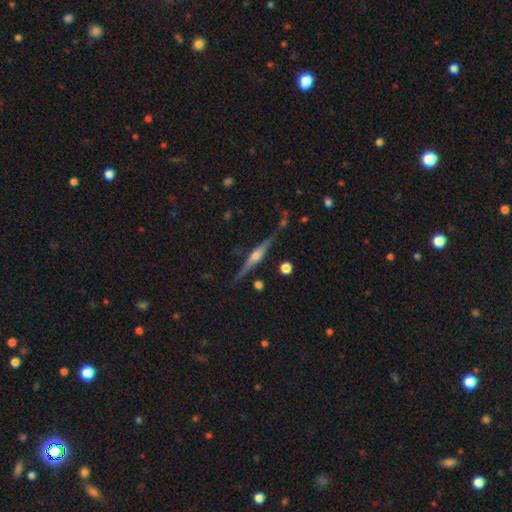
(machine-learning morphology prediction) A featured or disk galaxy (84%) viewed edge-on (98%) with a rounded central bulge (87%). Merging: none (85%).